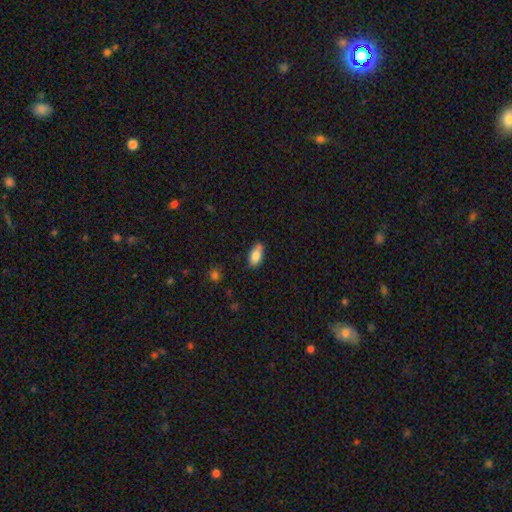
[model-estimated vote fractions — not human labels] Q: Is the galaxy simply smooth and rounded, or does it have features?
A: smooth — 82%.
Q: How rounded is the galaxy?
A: in between — 90%.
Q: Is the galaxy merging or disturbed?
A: none — 77%.